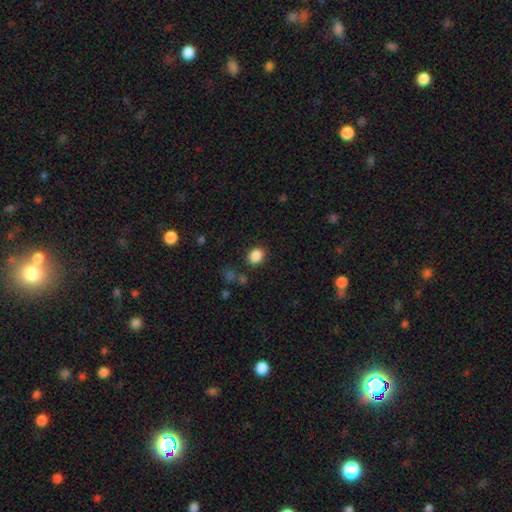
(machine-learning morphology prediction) Q: Smooth or featured?
A: smooth (87%); runner-up: star or artifact (10%)
Q: How rounded?
A: in between (50%); tied with: round (50%)
Q: Merging?
A: none (85%); runner-up: minor disturbance (9%)